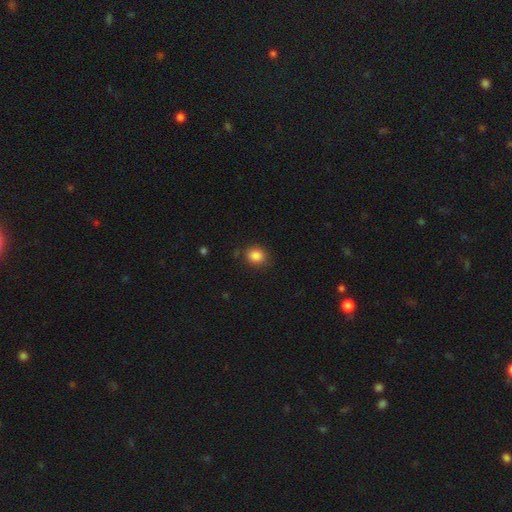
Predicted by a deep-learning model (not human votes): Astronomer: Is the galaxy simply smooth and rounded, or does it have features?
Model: smooth — 85%.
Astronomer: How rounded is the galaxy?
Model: round — 66%.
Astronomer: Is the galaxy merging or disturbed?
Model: none — 84%.